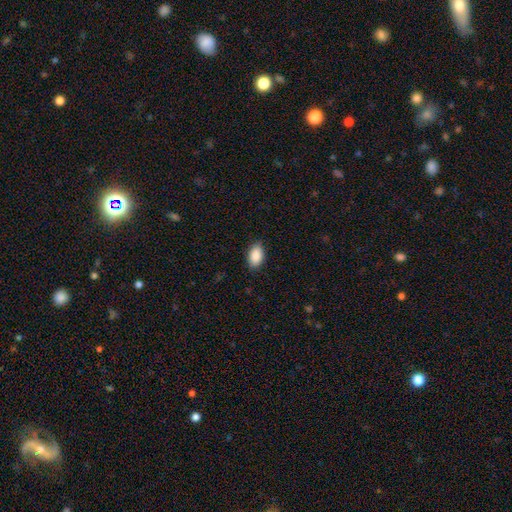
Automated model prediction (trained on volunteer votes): A smooth galaxy with no disk features (90%) that is in between round and cigar-shaped (92%).

Vote fractions:
- Smooth or featured? smooth: 90% / star or artifact: 7% / featured or disk: 4%
- How rounded? in between: 92% / round: 6% / cigar-shaped: 2%
- Merging? none: 85% / minor disturbance: 12% / major disturbance: 2% / merger: 1%